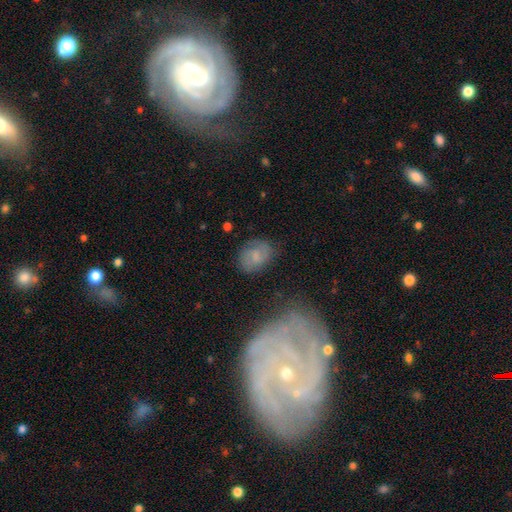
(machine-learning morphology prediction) Q: Smooth or featured?
A: smooth (59%); runner-up: featured or disk (32%)
Q: How rounded?
A: in between (70%); runner-up: round (29%)
Q: Merging?
A: none (72%); runner-up: minor disturbance (19%)